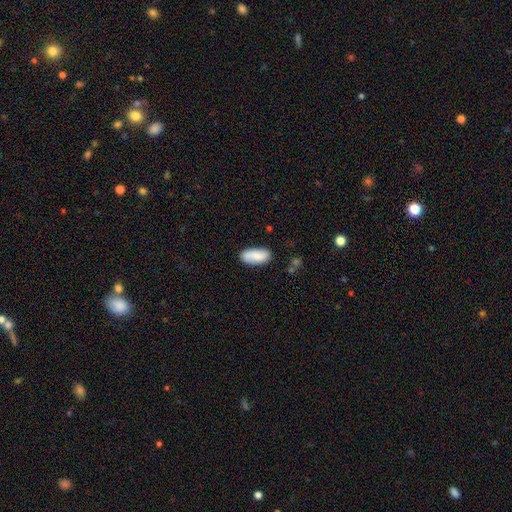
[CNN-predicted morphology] smooth 77%, featured or disk 17%, star or artifact 6%. Down the decision tree: how rounded — in between (87%); merging — none (80%).